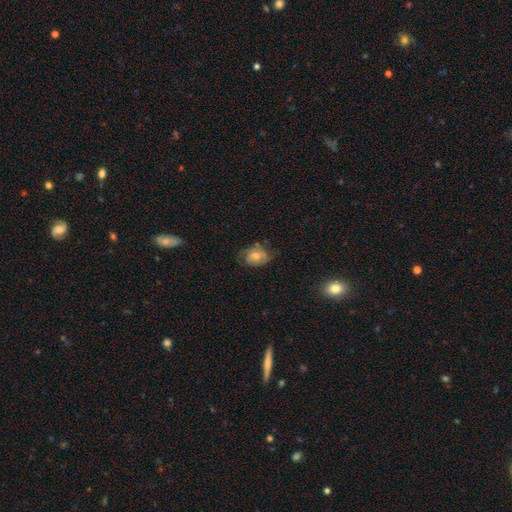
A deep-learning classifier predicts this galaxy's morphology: type=featured or disk (47%); merging=none (62%).